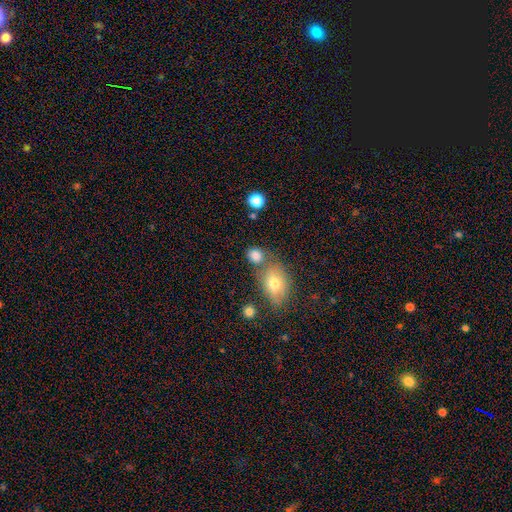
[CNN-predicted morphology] This is clearly a smooth galaxy (81%). How rounded: possibly round (51%). Merging: possibly none (55%).